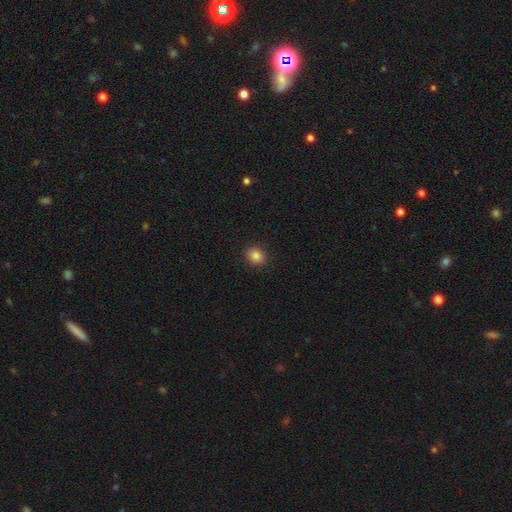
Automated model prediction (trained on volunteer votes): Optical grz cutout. It shows a smooth galaxy with no disk features (85%) that is round (65%). Merging: none (91%).